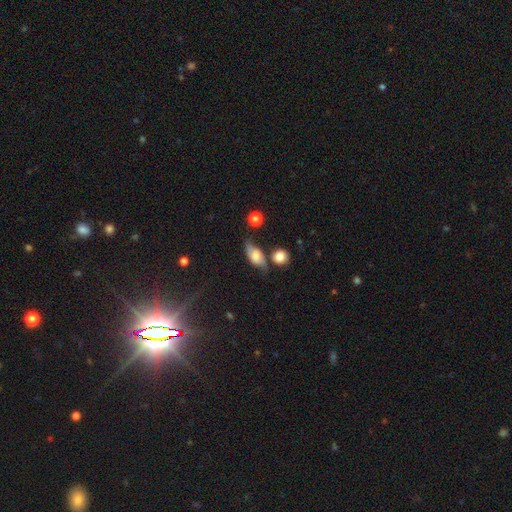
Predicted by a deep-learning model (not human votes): smooth-or-featured: smooth: 51% | featured or disk: 41% | star or artifact: 9%
  how-rounded: in between: 80% | round: 12% | cigar-shaped: 9%
  merging: none: 53% | minor disturbance: 27% | merger: 10% | major disturbance: 10%